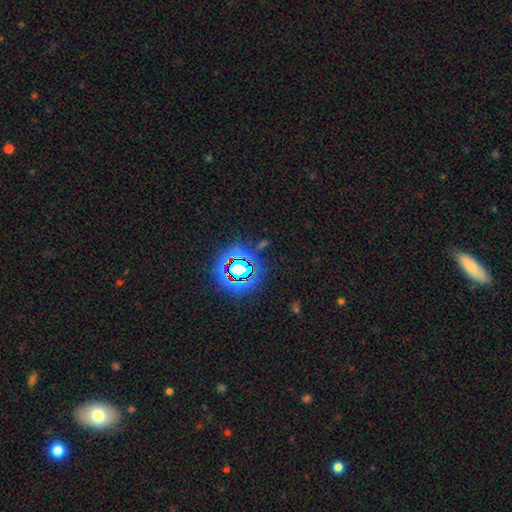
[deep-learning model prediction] Smooth or featured? star or artifact (74%)